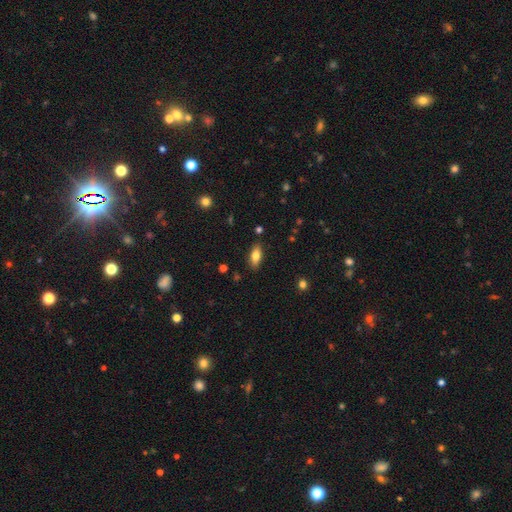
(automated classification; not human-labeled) Smooth or featured? Predicted: smooth (p=0.79). How rounded? Predicted: in between (p=0.83). Merging? Predicted: none (p=0.86).